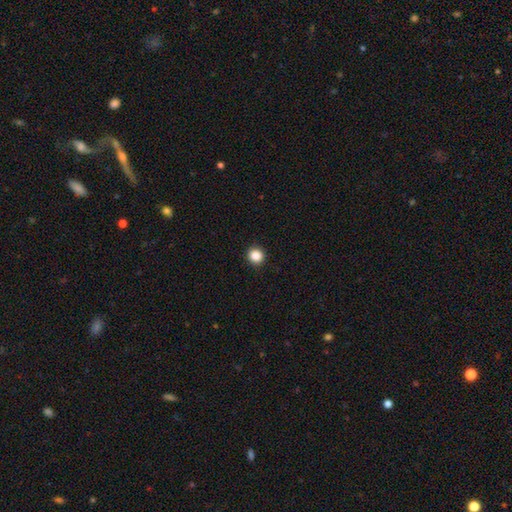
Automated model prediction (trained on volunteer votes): Smooth or featured? Predicted: smooth (p=0.87). How rounded? Predicted: round (p=0.92). Merging? Predicted: none (p=0.93).